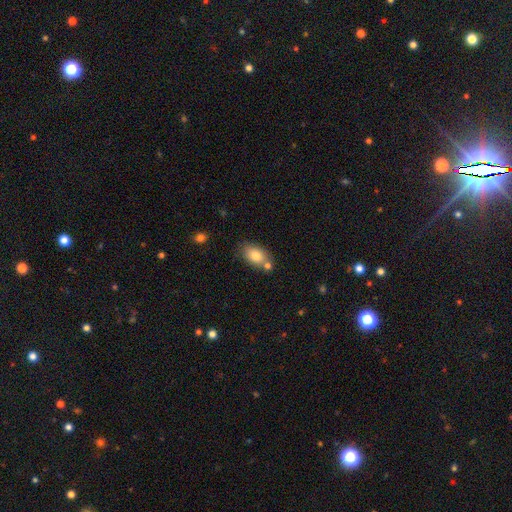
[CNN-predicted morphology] smooth 80%, featured or disk 12%, star or artifact 8%. Down the decision tree: how rounded — in between (86%); merging — none (63%).